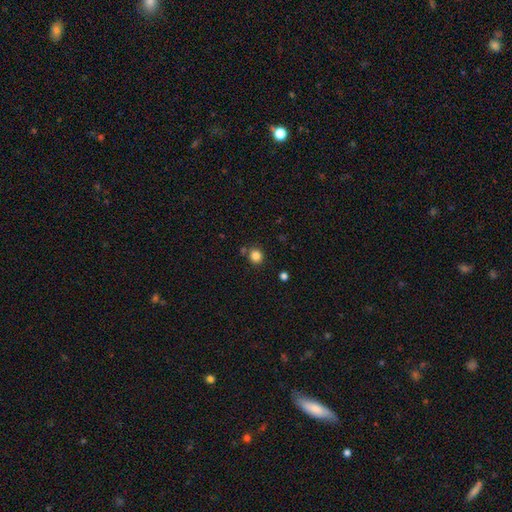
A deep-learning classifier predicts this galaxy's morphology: Smooth or featured?
  - smooth: 84% *
  - star or artifact: 12%
  - featured or disk: 4%
How rounded?
  - round: 88% *
  - in between: 11%
  - cigar-shaped: 1%
Merging?
  - none: 80% *
  - minor disturbance: 9%
  - merger: 8%
  - major disturbance: 3%